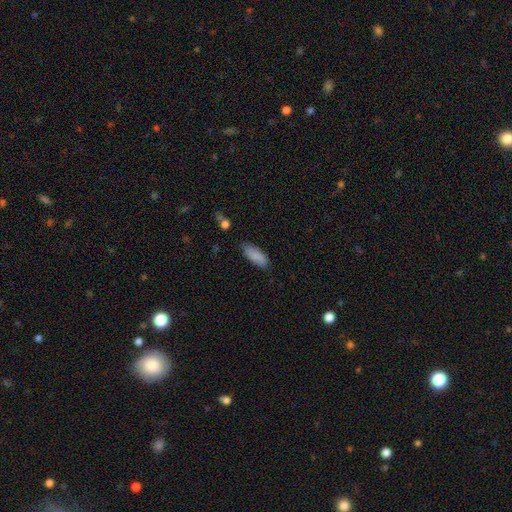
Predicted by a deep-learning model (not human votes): Q: Smooth or featured?
A: smooth (87%); runner-up: star or artifact (7%)
Q: How rounded?
A: in between (75%); runner-up: cigar-shaped (23%)
Q: Merging?
A: none (77%); runner-up: minor disturbance (18%)